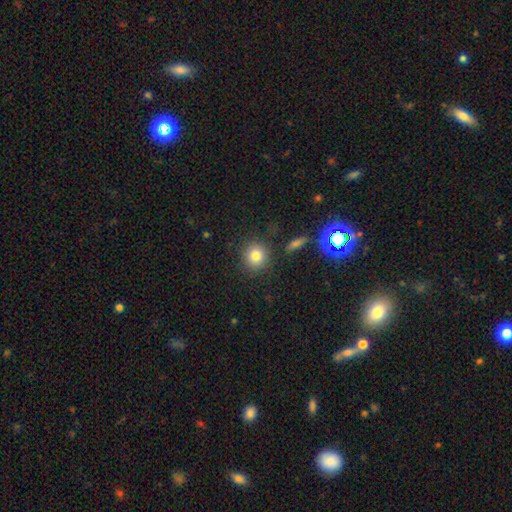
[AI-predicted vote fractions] Smooth or featured: smooth — 80% (star or artifact — 12%)
How rounded: round — 91% (in between — 8%)
Merging: none — 85% (minor disturbance — 8%)